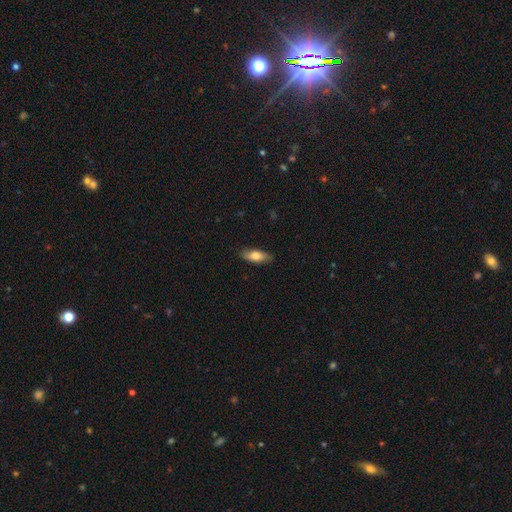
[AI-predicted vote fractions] Smooth or featured? Predicted: smooth (p=0.77). How rounded? Predicted: in between (p=0.68). Merging? Predicted: none (p=0.85).